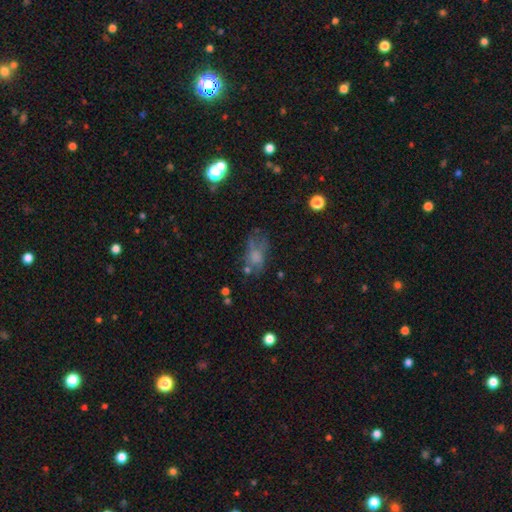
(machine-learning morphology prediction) A smooth galaxy with no disk features (56%) that is in between round and cigar-shaped (81%).

Vote fractions:
- Smooth or featured? smooth: 56% / featured or disk: 29% / star or artifact: 15%
- How rounded? in between: 81% / round: 14% / cigar-shaped: 5%
- Merging? none: 37% / major disturbance: 32% / minor disturbance: 24% / merger: 7%